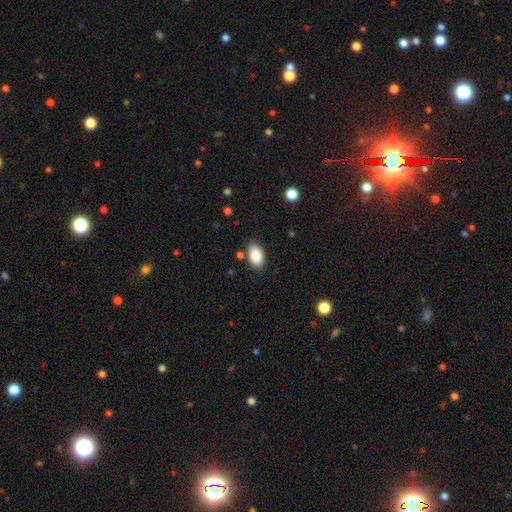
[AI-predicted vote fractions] Smooth or featured? smooth (88%)
How rounded? in between (94%)
Merging? none (82%)